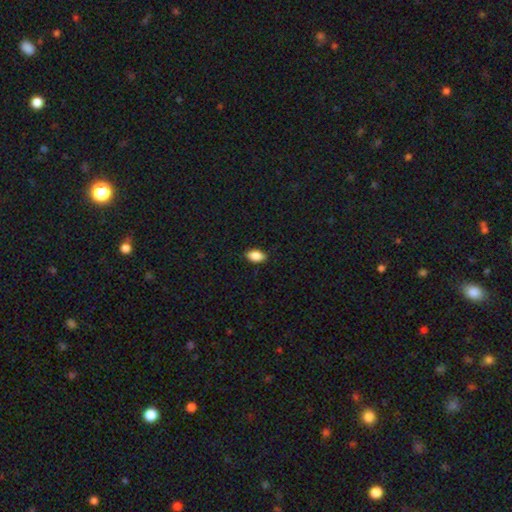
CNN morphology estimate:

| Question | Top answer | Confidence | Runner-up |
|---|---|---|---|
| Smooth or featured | smooth | 86% | star or artifact (8%) |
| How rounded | in between | 91% | round (5%) |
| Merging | none | 86% | minor disturbance (11%) |